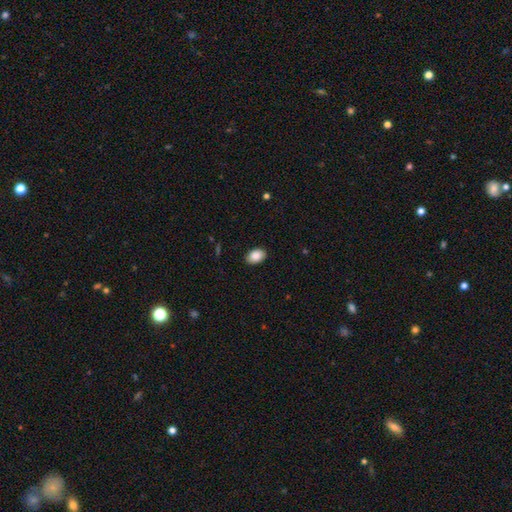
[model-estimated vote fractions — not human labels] Smooth or featured? Predicted: smooth (p=0.89). How rounded? Predicted: in between (p=0.86). Merging? Predicted: none (p=0.89).